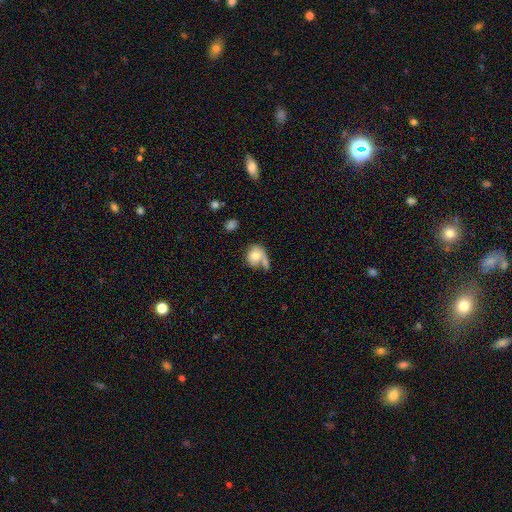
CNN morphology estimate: Smooth or featured?
  - smooth: 70% *
  - featured or disk: 23%
  - star or artifact: 7%
How rounded?
  - round: 63% *
  - in between: 36%
  - cigar-shaped: 1%
Merging?
  - none: 35% *
  - merger: 28%
  - major disturbance: 19%
  - minor disturbance: 18%